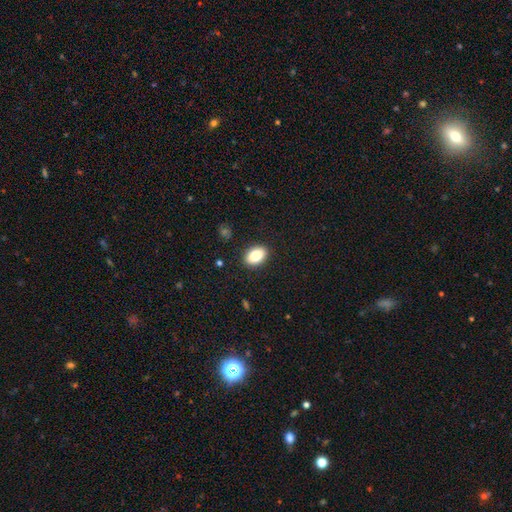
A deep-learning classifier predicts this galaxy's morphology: Smooth or featured?
  - smooth: 83% *
  - featured or disk: 9%
  - star or artifact: 8%
How rounded?
  - in between: 87% *
  - round: 11%
  - cigar-shaped: 2%
Merging?
  - none: 89% *
  - minor disturbance: 8%
  - major disturbance: 2%
  - merger: 1%